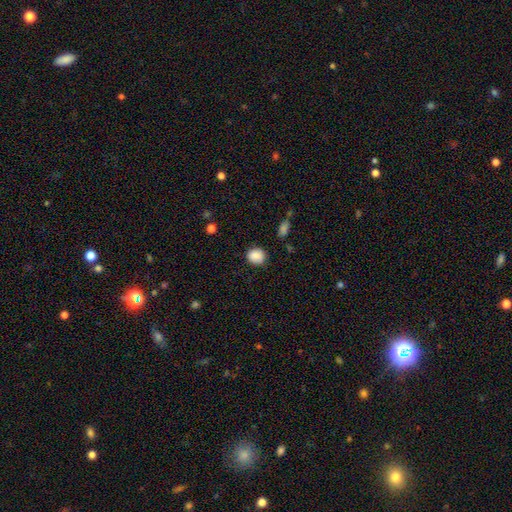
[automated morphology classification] The model was most divided on "how rounded": round: 73%, in between: 26%, cigar-shaped: 1%. More confident: smooth or featured — smooth (87%); merging — none (81%).